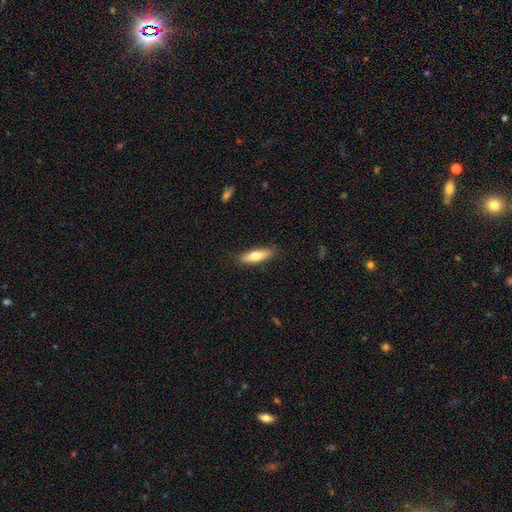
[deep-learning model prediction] Morphology: type=smooth (65%); roundness=cigar-shaped (63%); merging=none (88%).